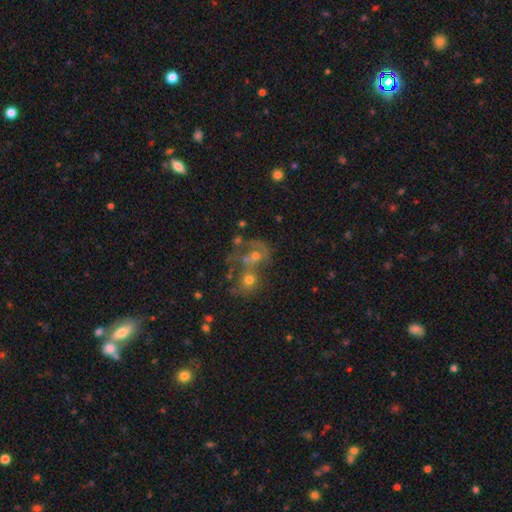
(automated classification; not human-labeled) A featured or disk galaxy (44%).

Vote fractions:
- Smooth or featured? featured or disk: 44% / smooth: 41% / star or artifact: 15%
- Merging? merger: 60% / none: 18% / major disturbance: 13% / minor disturbance: 8%